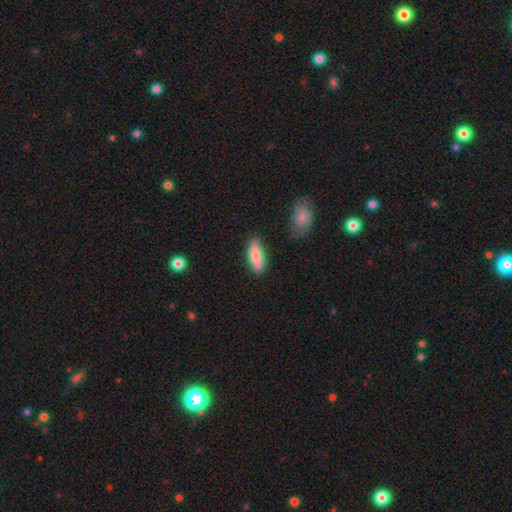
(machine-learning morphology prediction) Q: Smooth or featured?
A: smooth (81%); runner-up: featured or disk (13%)
Q: How rounded?
A: in between (73%); runner-up: cigar-shaped (25%)
Q: Merging?
A: none (79%); runner-up: minor disturbance (15%)